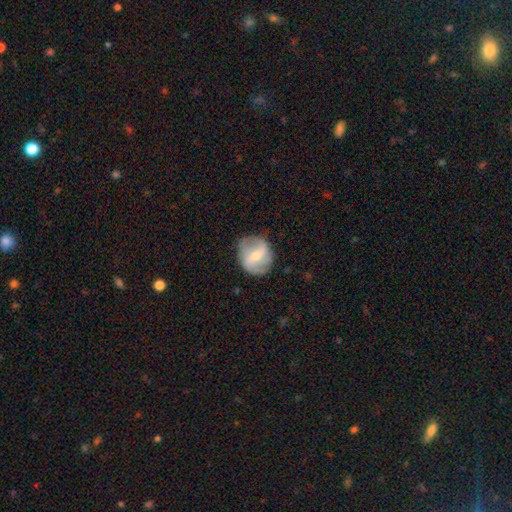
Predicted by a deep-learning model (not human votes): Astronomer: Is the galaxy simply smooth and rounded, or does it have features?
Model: featured or disk — 65%.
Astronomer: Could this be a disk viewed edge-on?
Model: no — 96%.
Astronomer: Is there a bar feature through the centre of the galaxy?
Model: weak — 45% (runner-up: strong, 35%).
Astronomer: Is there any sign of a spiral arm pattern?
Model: yes — 80%.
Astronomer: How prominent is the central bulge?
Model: small — 47% (runner-up: moderate, 46%).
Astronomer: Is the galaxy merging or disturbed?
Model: none — 77%.